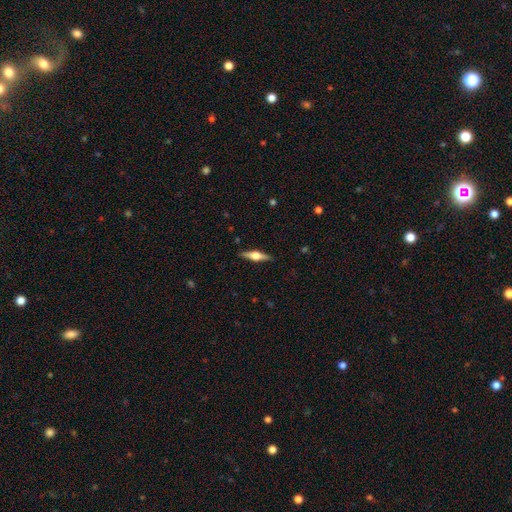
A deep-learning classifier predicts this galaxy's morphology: This is likely a featured or disk galaxy (67%). It is clearly viewed edge-on (97%). Edge-on bulge: clearly rounded (93%). Merging: clearly none (89%).